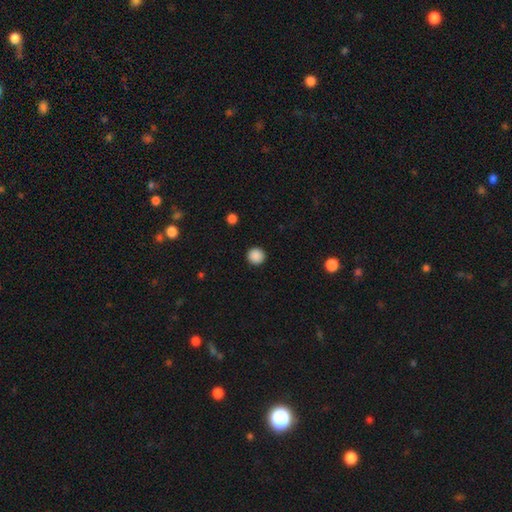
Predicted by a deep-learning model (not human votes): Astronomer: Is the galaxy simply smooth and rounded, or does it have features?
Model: smooth — 88%.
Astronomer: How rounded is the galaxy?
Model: round — 94%.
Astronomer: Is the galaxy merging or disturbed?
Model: none — 93%.